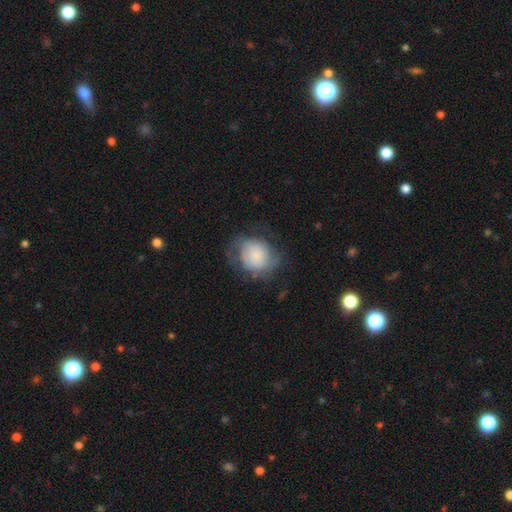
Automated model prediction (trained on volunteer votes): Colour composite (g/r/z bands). It shows a smooth galaxy with no disk features (56%) that is round (66%). Merging: none (51%).